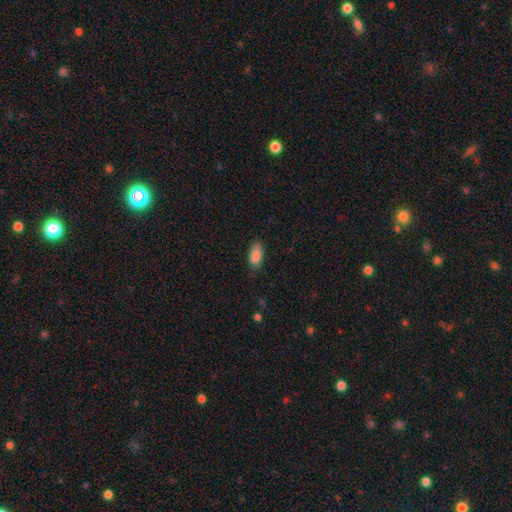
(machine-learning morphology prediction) Smooth or featured? smooth (87%)
How rounded? in between (89%)
Merging? none (79%)